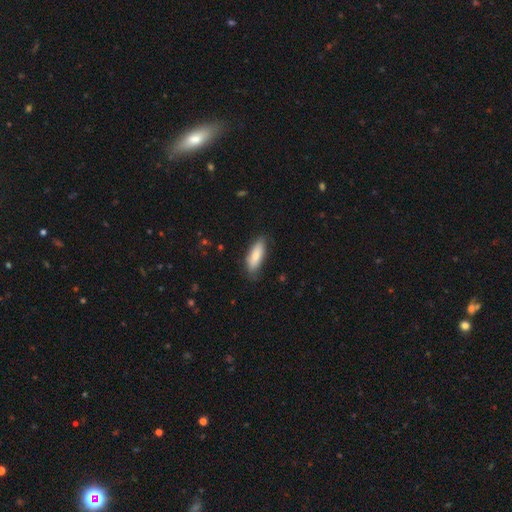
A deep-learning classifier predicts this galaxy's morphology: A smooth galaxy with no disk features (83%) that is in between round and cigar-shaped (67%).

Vote fractions:
- Smooth or featured? smooth: 83% / featured or disk: 11% / star or artifact: 6%
- How rounded? in between: 67% / cigar-shaped: 31% / round: 2%
- Merging? none: 75% / minor disturbance: 20% / major disturbance: 4% / merger: 1%